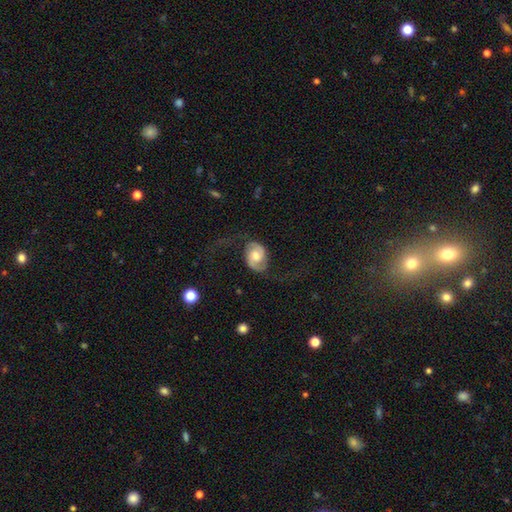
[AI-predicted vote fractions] A featured or disk galaxy (76%) with no bar (57%), 2 (92%) loose (50%) spiral arms (92%) and a moderate central bulge (71%).

Vote fractions:
- Smooth or featured? featured or disk: 76% / smooth: 18% / star or artifact: 6%
- Edge-on disk? no: 97% / yes: 3%
- Bar? no: 57% / weak: 35% / strong: 9%
- Spiral arms? yes: 92% / no: 8%
- Spiral winding? loose: 50% / medium: 35% / tight: 15%
- Spiral arm count? 2: 92% / can't tell: 3% / 1: 2% / 3: 1% / 4: 1% / more than 4: 1%
- Bulge size? moderate: 71% / large: 13% / small: 12% / none: 2% / dominant: 2%
- Merging? none: 62% / major disturbance: 20% / minor disturbance: 15% / merger: 2%